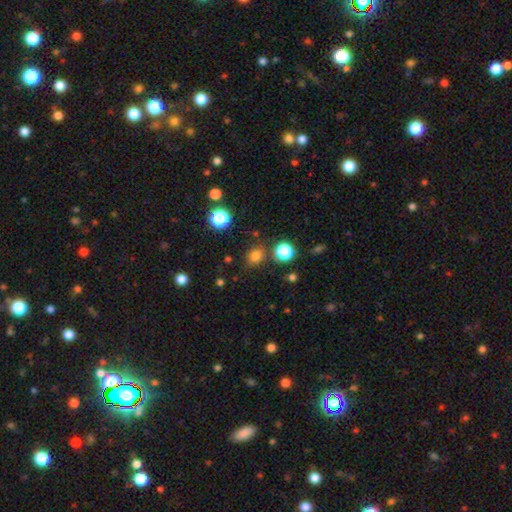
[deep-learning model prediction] Smooth or featured?
  - smooth: 75% *
  - star or artifact: 19%
  - featured or disk: 6%
How rounded?
  - round: 69% *
  - in between: 29%
  - cigar-shaped: 1%
Merging?
  - none: 79% *
  - minor disturbance: 12%
  - merger: 6%
  - major disturbance: 4%